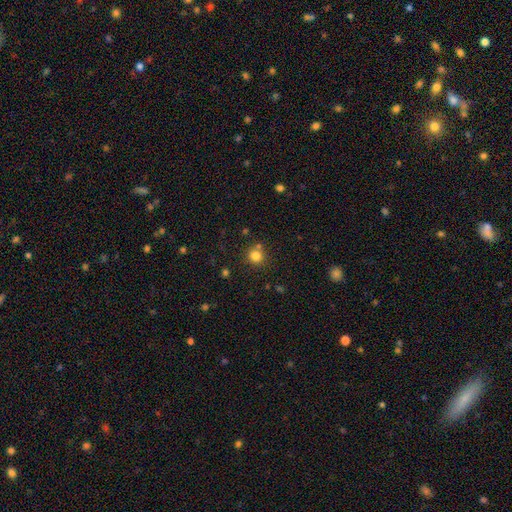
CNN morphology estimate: The model was most divided on "merging": none: 74%, merger: 13%, minor disturbance: 9%, major disturbance: 3%. More confident: how rounded — round (90%); smooth or featured — smooth (80%).